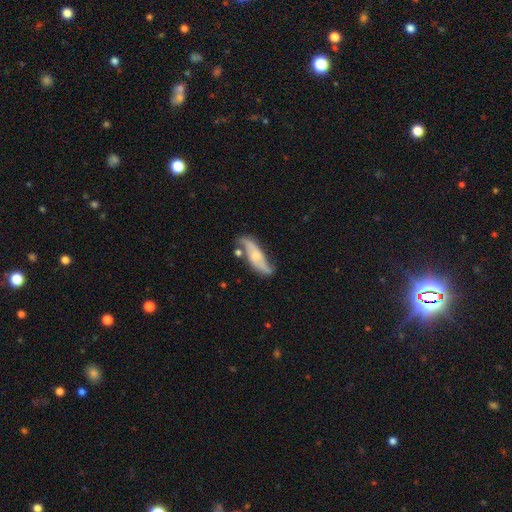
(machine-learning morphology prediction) This appears to be a featured or disk galaxy (71%) with no bar (62%), 2 (88%) loose (69%) spiral arms (90%) and a small central bulge (50%). Merging: none (64%).